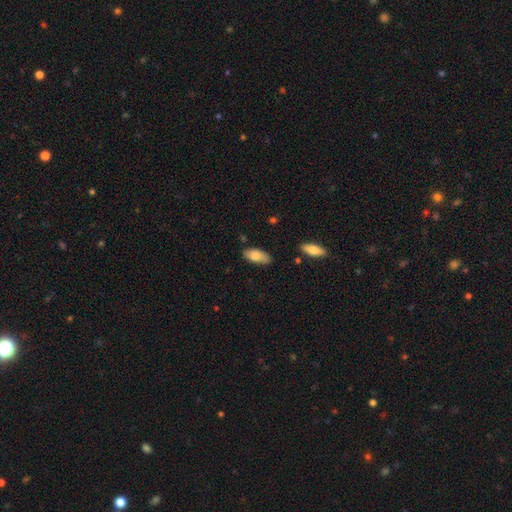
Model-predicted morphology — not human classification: A smooth galaxy with no disk features (80%) that is in between round and cigar-shaped (88%). Merging: none (76%).